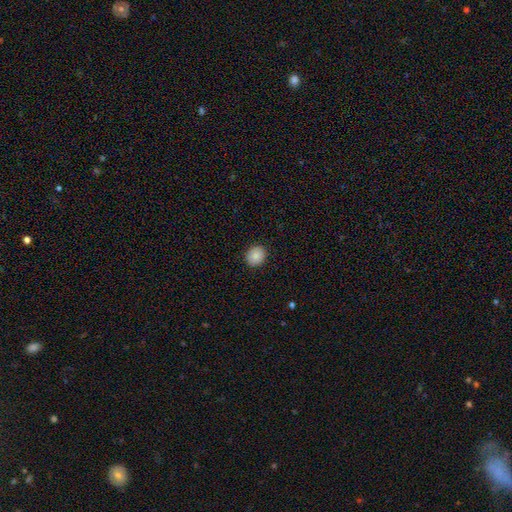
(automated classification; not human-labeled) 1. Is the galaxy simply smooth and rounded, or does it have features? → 86% smooth, 8% star or artifact, 6% featured or disk.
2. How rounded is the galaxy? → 71% round, 28% in between, 1% cigar-shaped.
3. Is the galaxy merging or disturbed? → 90% none, 7% minor disturbance, 2% major disturbance, 1% merger.